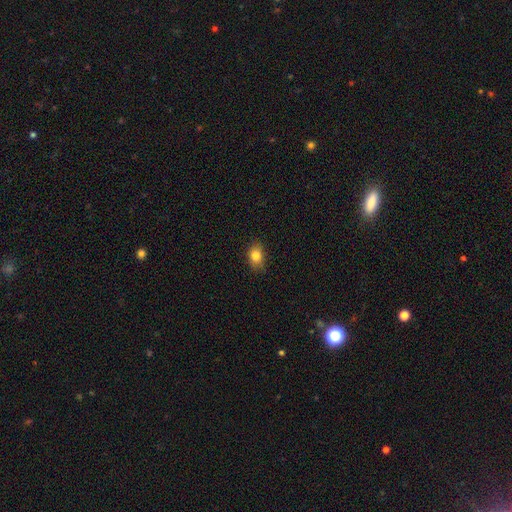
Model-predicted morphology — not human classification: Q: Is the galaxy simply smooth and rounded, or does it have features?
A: smooth — 84%.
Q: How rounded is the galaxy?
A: in between — 68%.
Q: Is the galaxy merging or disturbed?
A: none — 77%.